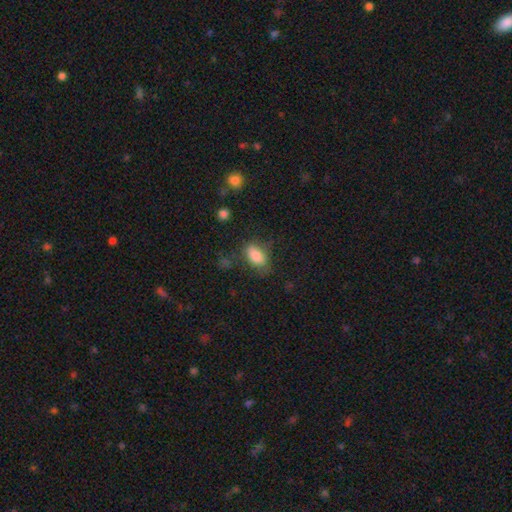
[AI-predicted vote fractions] A smooth galaxy with no disk features (84%) that is in between round and cigar-shaped (88%).

Vote fractions:
- Smooth or featured? smooth: 84% / star or artifact: 9% / featured or disk: 7%
- How rounded? in between: 88% / round: 8% / cigar-shaped: 4%
- Merging? none: 65% / minor disturbance: 23% / major disturbance: 9% / merger: 3%